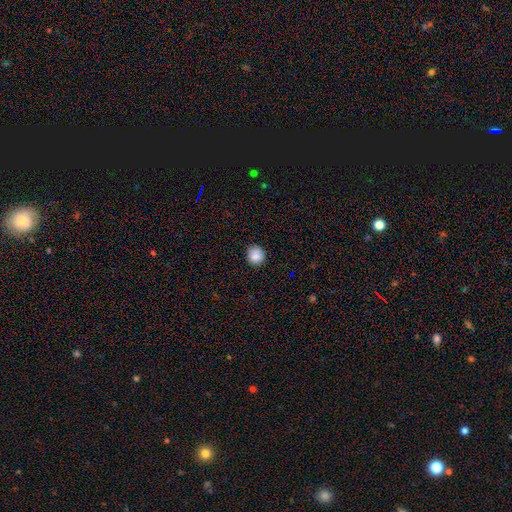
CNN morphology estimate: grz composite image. It shows a smooth galaxy with no disk features (87%) that is round (92%). Merging: none (89%).